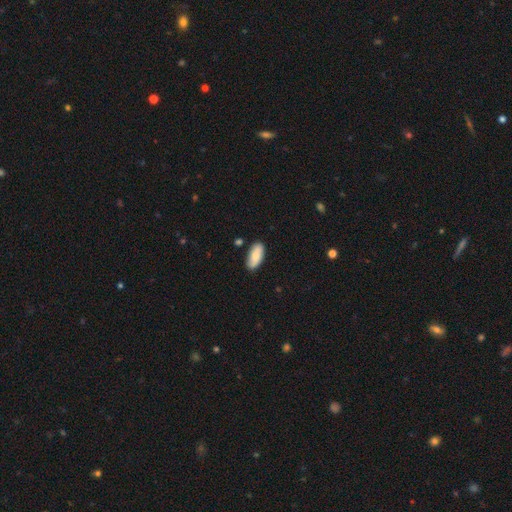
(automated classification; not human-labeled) Smooth or featured? smooth (81%)
How rounded? in between (88%)
Merging? none (79%)